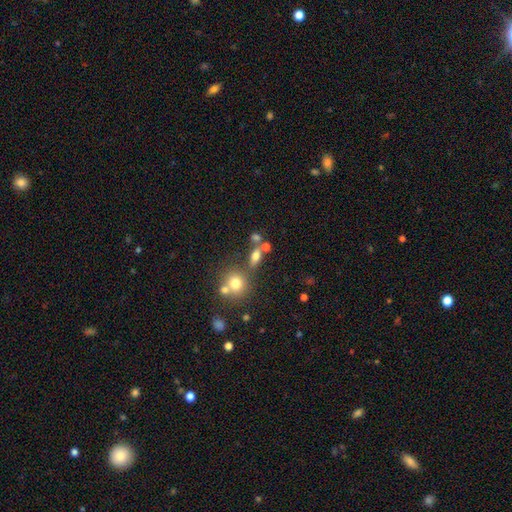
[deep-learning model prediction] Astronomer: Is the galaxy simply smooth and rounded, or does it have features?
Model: smooth — 66%.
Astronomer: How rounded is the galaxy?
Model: in between — 65%.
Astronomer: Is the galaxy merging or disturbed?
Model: none — 54%.